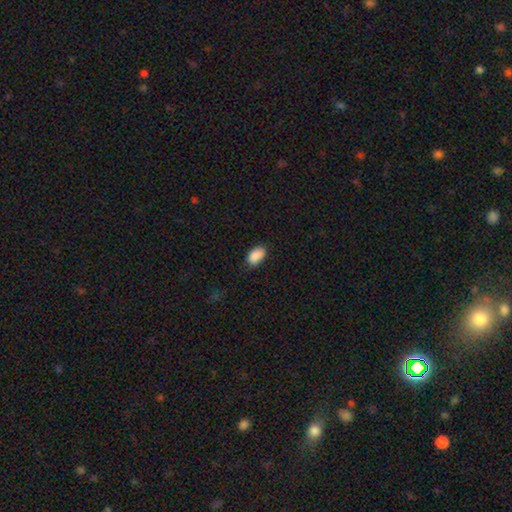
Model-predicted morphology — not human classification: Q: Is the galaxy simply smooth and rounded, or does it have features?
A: smooth — 89%.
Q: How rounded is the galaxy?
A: in between — 92%.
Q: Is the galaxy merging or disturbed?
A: none — 81%.